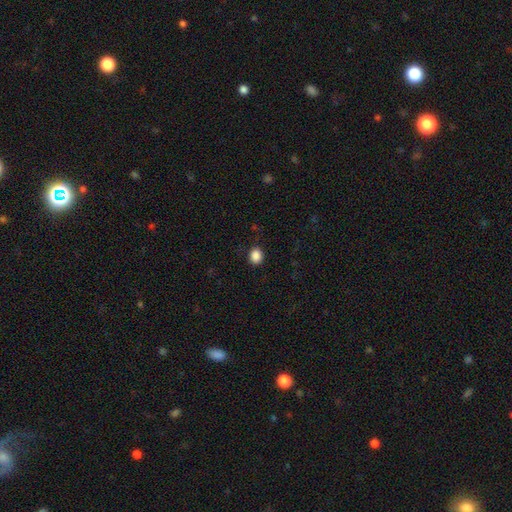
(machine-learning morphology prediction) smooth_or_featured: smooth (p=0.88) [alt: star or artifact p=0.10]
how_rounded: round (p=0.59) [alt: in between p=0.40]
merging: none (p=0.87) [alt: minor disturbance p=0.09]